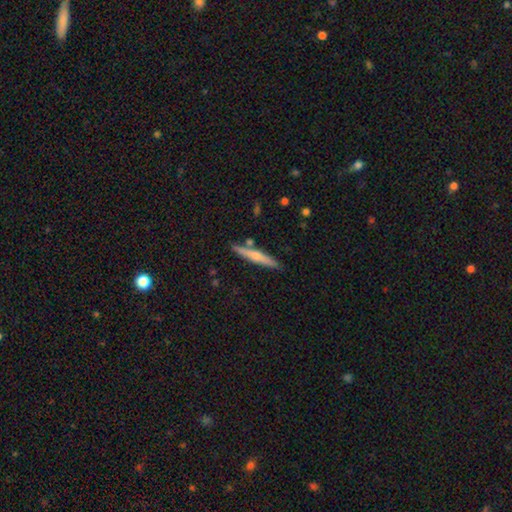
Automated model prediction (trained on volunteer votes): Morphology: type=smooth (49%); merging=none (80%).